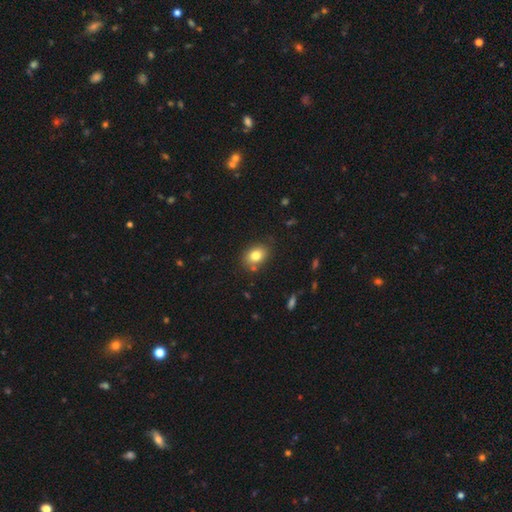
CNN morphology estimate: Overall: smooth (80%). How rounded: in between (70%). Merging: none (81%).